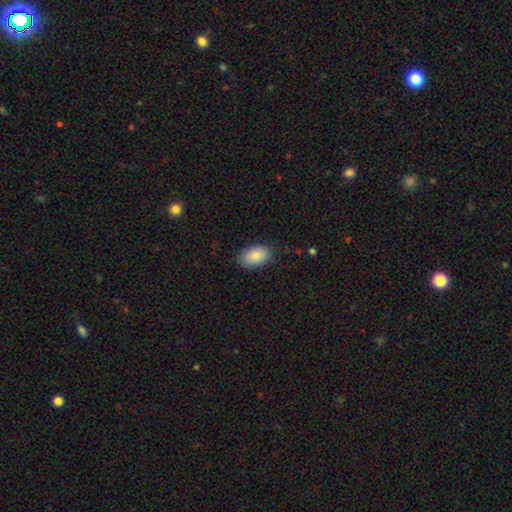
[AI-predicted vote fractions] smooth_or_featured: smooth (p=0.86) [alt: featured or disk p=0.08]
how_rounded: in between (p=0.92) [alt: round p=0.06]
merging: none (p=0.84) [alt: minor disturbance p=0.12]